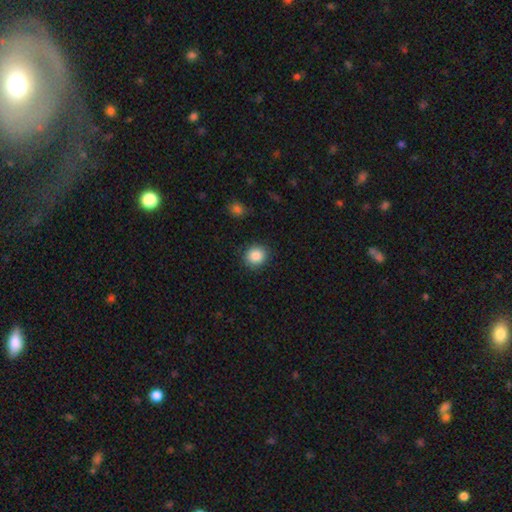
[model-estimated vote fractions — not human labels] Smooth or featured? Predicted: smooth (p=0.86). How rounded? Predicted: round (p=0.86). Merging? Predicted: none (p=0.89).